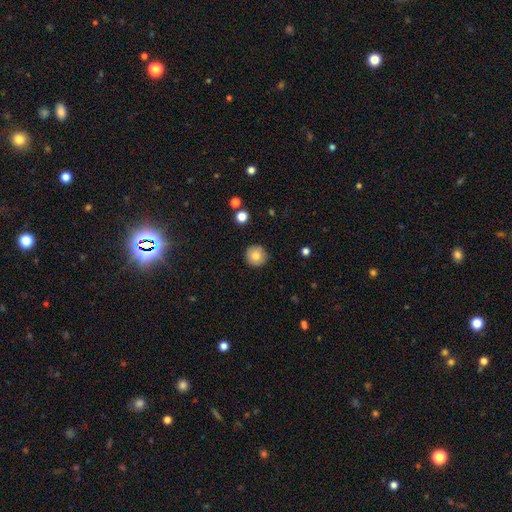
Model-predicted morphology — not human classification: This is clearly a smooth galaxy (82%). How rounded: clearly round (95%). Merging: clearly none (90%).